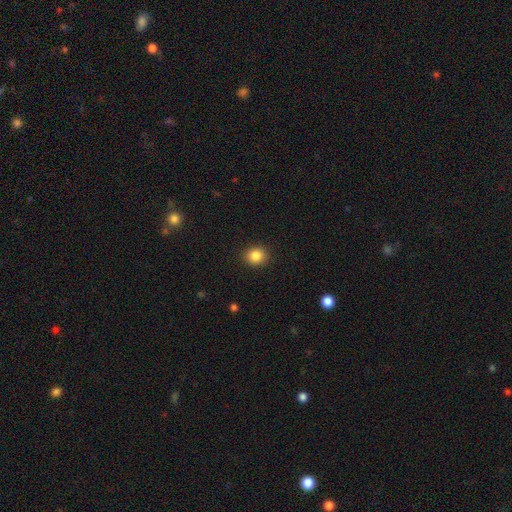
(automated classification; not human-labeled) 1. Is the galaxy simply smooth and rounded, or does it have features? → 86% smooth, 10% star or artifact, 4% featured or disk.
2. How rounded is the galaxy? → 80% round, 19% in between, 1% cigar-shaped.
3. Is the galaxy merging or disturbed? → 90% none, 7% minor disturbance, 2% major disturbance, 1% merger.